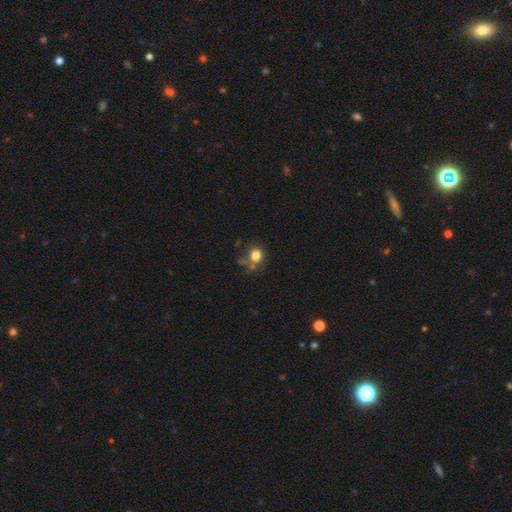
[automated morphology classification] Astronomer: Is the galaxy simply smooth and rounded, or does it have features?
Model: smooth — 81%.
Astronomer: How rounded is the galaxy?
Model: round — 74%.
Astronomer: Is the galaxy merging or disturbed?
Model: none — 57%.